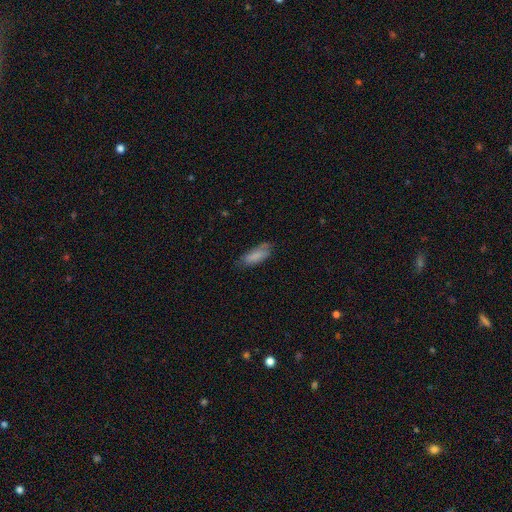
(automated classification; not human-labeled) A smooth galaxy with no disk features (78%) that is in between round and cigar-shaped (70%). Merging: none (62%).